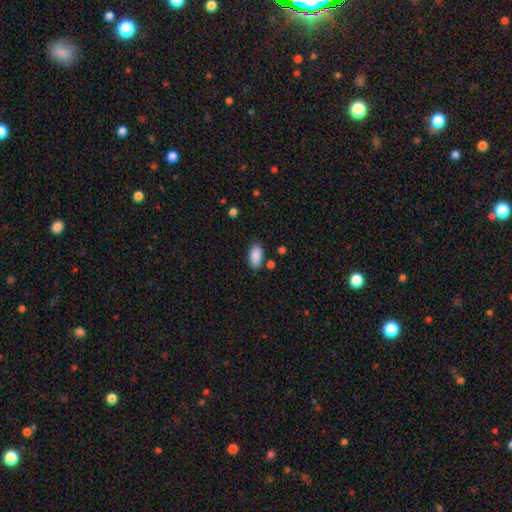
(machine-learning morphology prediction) Smooth or featured? smooth (89%)
How rounded? in between (93%)
Merging? none (81%)